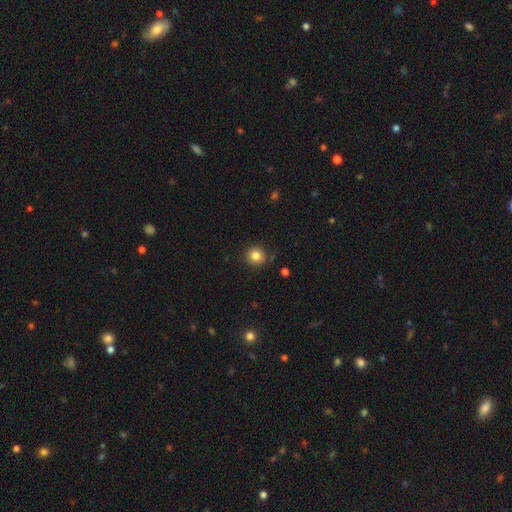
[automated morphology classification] smooth_or_featured: smooth (p=0.83) [alt: star or artifact p=0.11]
how_rounded: round (p=0.91) [alt: in between p=0.08]
merging: none (p=0.86) [alt: minor disturbance p=0.10]